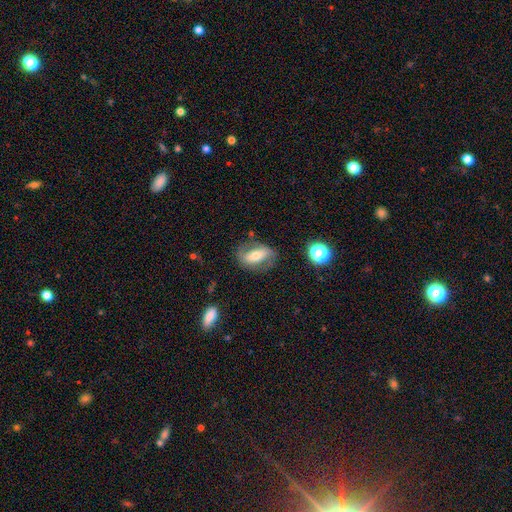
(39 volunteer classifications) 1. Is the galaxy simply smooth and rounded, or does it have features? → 56% smooth, 38% featured or disk, 5% star or artifact.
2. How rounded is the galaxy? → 64% in between, 36% round, 0% cigar-shaped.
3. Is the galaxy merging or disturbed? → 70% none, 24% minor disturbance, 5% major disturbance, 0% merger.